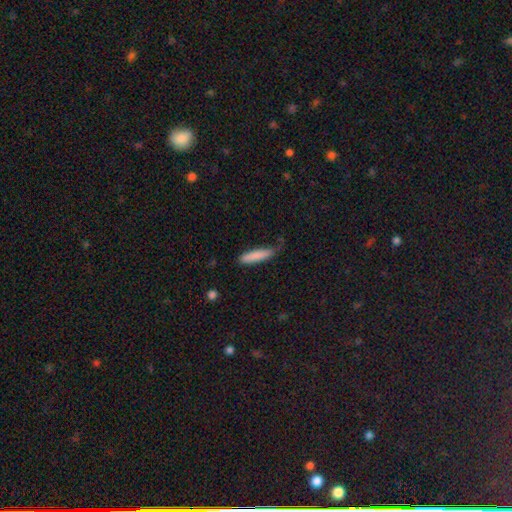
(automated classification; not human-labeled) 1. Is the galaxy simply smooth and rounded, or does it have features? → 84% smooth, 10% featured or disk, 6% star or artifact.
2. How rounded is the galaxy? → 85% cigar-shaped, 14% in between, 1% round.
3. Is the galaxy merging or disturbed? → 65% none, 28% minor disturbance, 5% major disturbance, 2% merger.